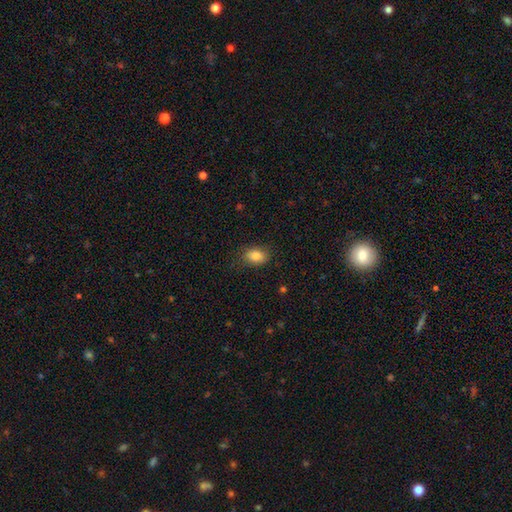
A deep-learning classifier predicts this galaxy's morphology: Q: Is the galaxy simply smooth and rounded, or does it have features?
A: smooth — 84%.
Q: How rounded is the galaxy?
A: in between — 80%.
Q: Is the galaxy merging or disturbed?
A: none — 82%.